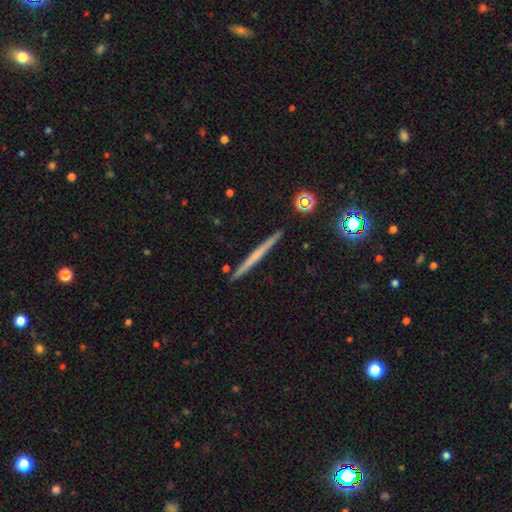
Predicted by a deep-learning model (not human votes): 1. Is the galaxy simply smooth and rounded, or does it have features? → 54% featured or disk, 38% smooth, 8% star or artifact.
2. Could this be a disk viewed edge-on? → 98% yes, 2% no.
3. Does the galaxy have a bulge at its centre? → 82% none, 13% rounded, 4% boxy.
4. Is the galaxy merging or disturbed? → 92% none, 5% minor disturbance, 1% merger, 1% major disturbance.